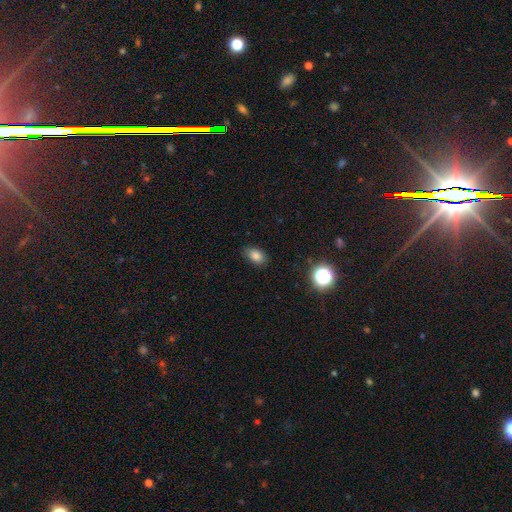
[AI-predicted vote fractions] This appears to be a smooth galaxy with no disk features (81%) that is in between round and cigar-shaped (86%). Merging: none (84%).